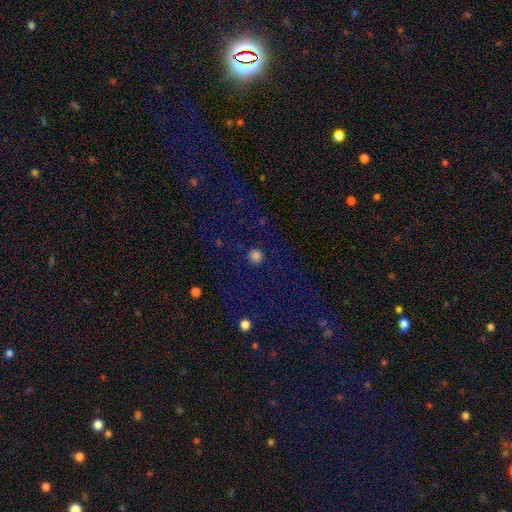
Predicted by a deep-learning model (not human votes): Morphology: type=smooth (80%); roundness=round (89%); merging=none (87%).